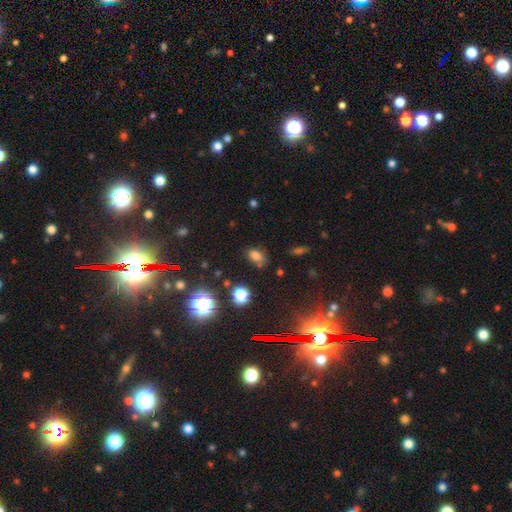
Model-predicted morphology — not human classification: Smooth or featured?
  - smooth: 71% *
  - star or artifact: 21%
  - featured or disk: 7%
How rounded?
  - in between: 76% *
  - round: 21%
  - cigar-shaped: 2%
Merging?
  - none: 68% *
  - minor disturbance: 20%
  - merger: 6%
  - major disturbance: 6%